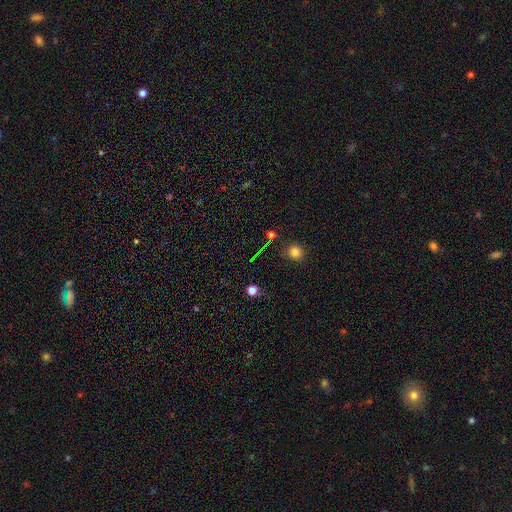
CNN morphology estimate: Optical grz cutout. It shows a star or artifact, not a galaxy (61%).